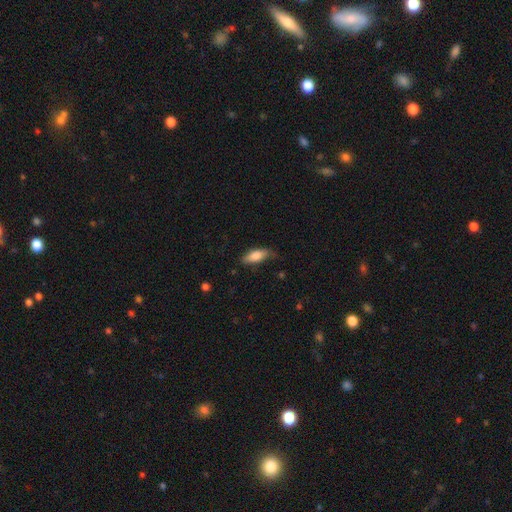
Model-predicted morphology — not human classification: smooth 76%, featured or disk 17%, star or artifact 6%. Down the decision tree: how rounded — in between (72%); merging — none (61%).